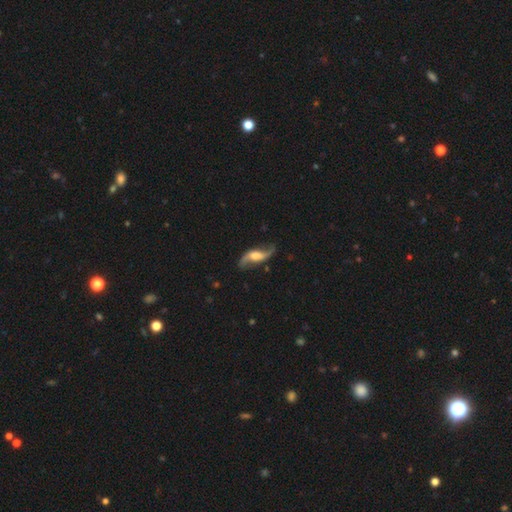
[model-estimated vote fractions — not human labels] Morphology: type=featured or disk (85%); edge-on=no (91%); bar=weak (41%); spiral arms=yes (96%); winding=loose (85%); arm count=2 (93%); bulge=moderate (34%); merging=none (76%).